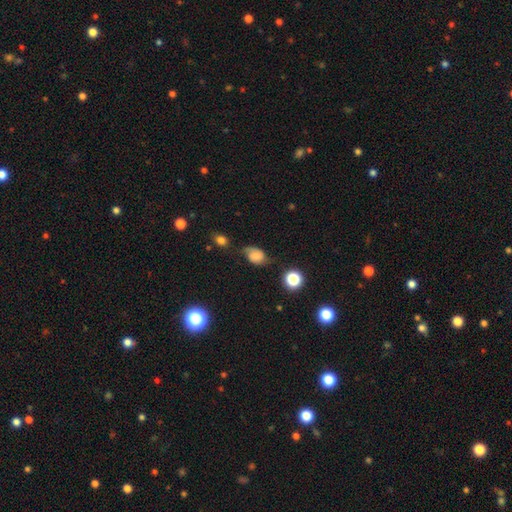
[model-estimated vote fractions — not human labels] Q: Smooth or featured?
A: smooth (57%); runner-up: featured or disk (30%)
Q: How rounded?
A: in between (66%); runner-up: round (32%)
Q: Merging?
A: none (47%); runner-up: minor disturbance (34%)